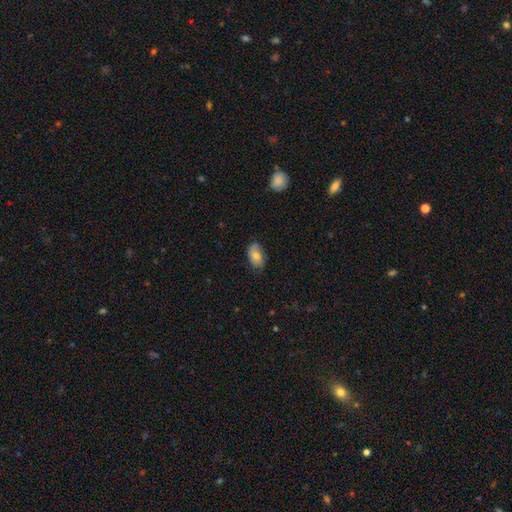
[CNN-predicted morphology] This appears to be a smooth galaxy with no disk features (69%) that is in between round and cigar-shaped (92%). Merging: none (73%).